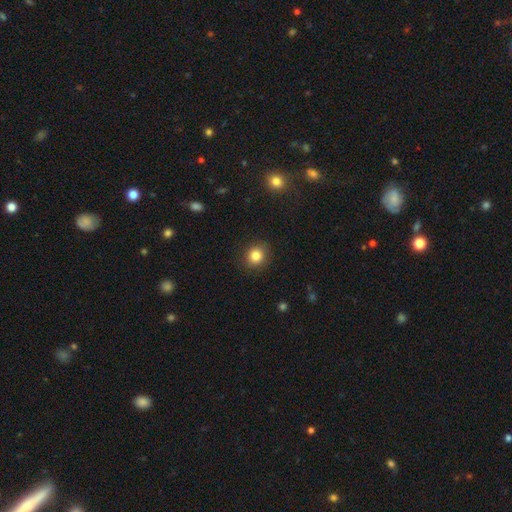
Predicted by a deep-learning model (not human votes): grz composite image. It shows a smooth galaxy with no disk features (84%) that is round (83%). Merging: none (89%).